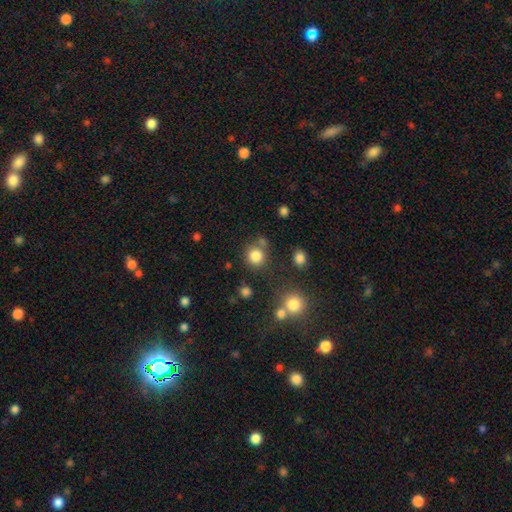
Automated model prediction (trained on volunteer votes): This appears to be a smooth galaxy with no disk features (82%) that is round (90%). Merging: none (73%).